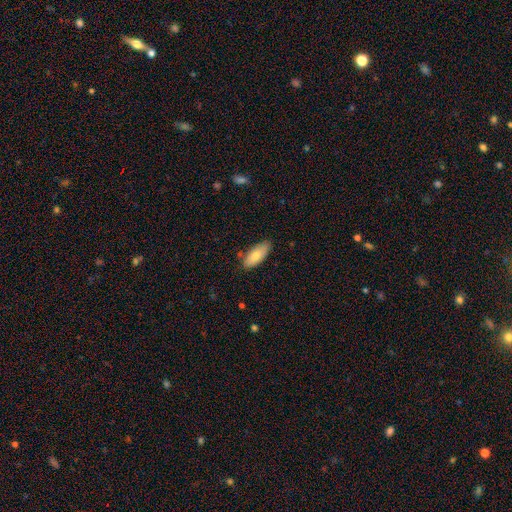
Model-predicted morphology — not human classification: A smooth galaxy with no disk features (77%) that is in between round and cigar-shaped (85%).

Vote fractions:
- Smooth or featured? smooth: 77% / featured or disk: 17% / star or artifact: 6%
- How rounded? in between: 85% / cigar-shaped: 13% / round: 2%
- Merging? none: 80% / minor disturbance: 15% / major disturbance: 2% / merger: 2%